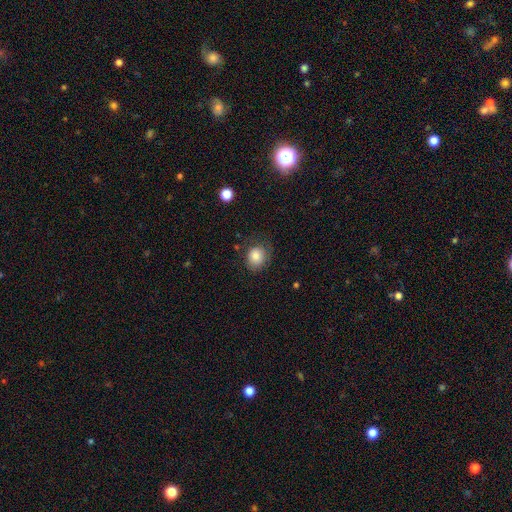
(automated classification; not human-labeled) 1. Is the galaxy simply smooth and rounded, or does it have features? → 81% smooth, 10% featured or disk, 9% star or artifact.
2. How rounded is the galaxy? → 68% round, 31% in between, 1% cigar-shaped.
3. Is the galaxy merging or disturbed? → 69% none, 21% minor disturbance, 9% major disturbance, 2% merger.